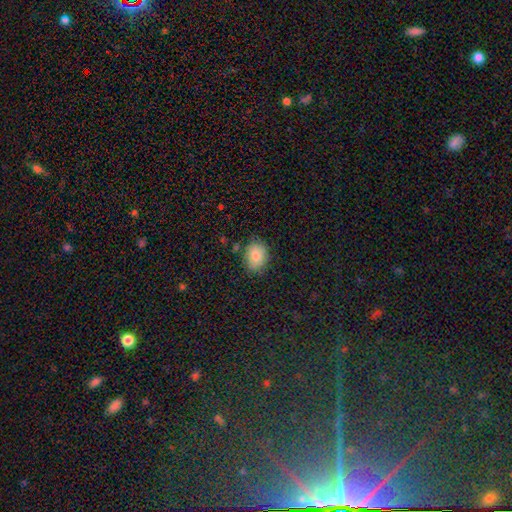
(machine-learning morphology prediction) Smooth or featured: smooth — 80% (featured or disk — 10%)
How rounded: in between — 61% (round — 38%)
Merging: none — 78% (minor disturbance — 16%)